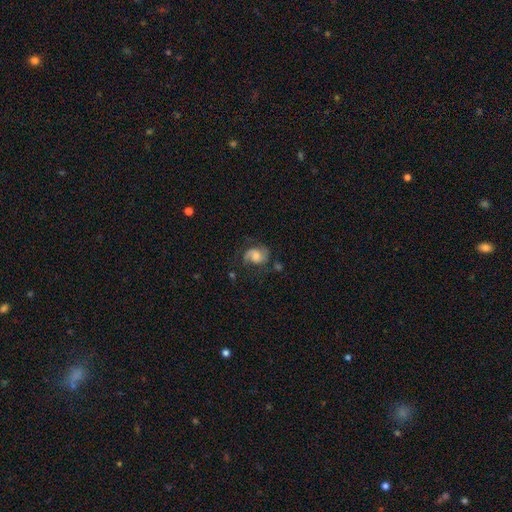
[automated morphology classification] The model was most divided on "spiral winding": medium: 47%, loose: 29%, tight: 24%. Remaining: edge-on disk — no (97%); spiral arms — yes (89%); spiral arm count — 2 (71%); smooth or featured — featured or disk (60%); bar — no (57%); merging — none (56%); bulge size — moderate (46%).